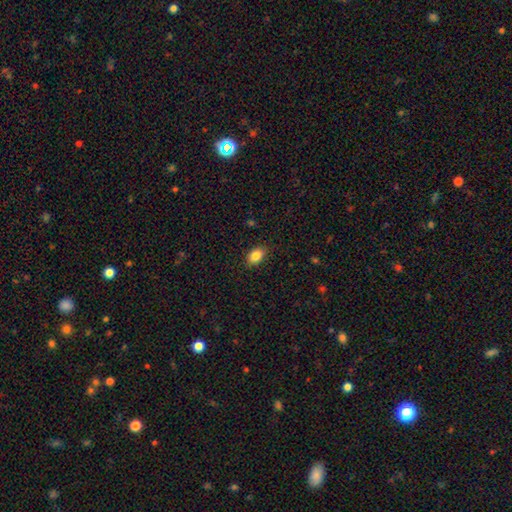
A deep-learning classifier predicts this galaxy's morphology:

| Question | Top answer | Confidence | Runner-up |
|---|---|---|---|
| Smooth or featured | smooth | 85% | star or artifact (9%) |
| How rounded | in between | 84% | round (14%) |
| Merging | none | 88% | minor disturbance (9%) |